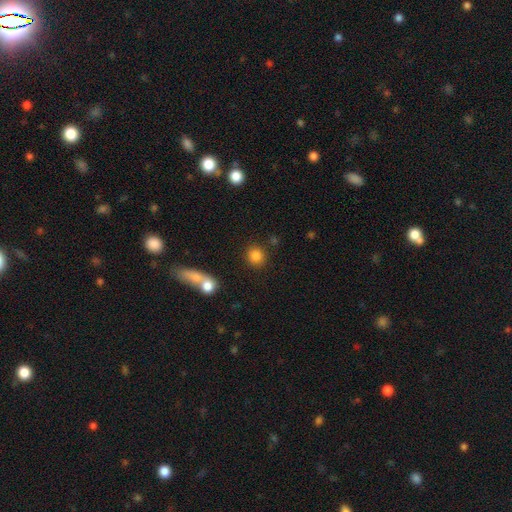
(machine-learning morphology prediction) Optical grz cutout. It shows a smooth galaxy with no disk features (84%) that is round (87%). Merging: none (82%).